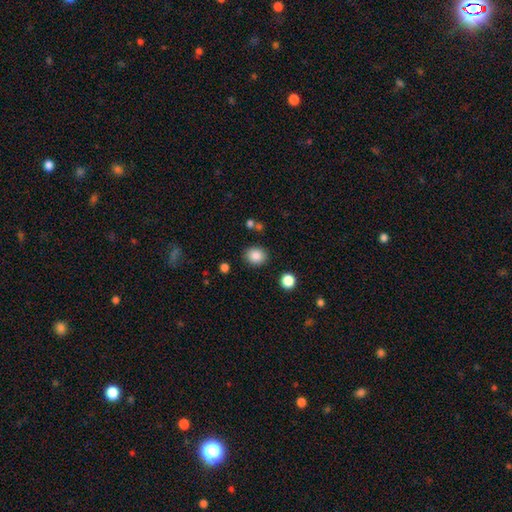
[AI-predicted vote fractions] The model was most divided on "how rounded": round: 69%, in between: 31%, cigar-shaped: 1%. More confident: smooth or featured — smooth (86%); merging — none (85%).